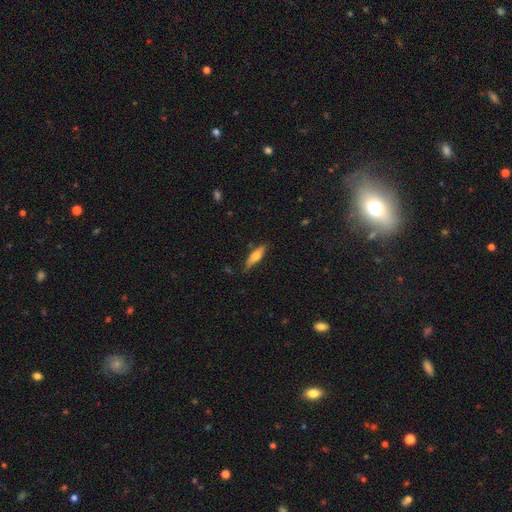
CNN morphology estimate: smooth_or_featured: smooth (p=0.60) [alt: featured or disk p=0.34]
how_rounded: cigar-shaped (p=0.63) [alt: in between p=0.35]
merging: none (p=0.81) [alt: minor disturbance p=0.15]